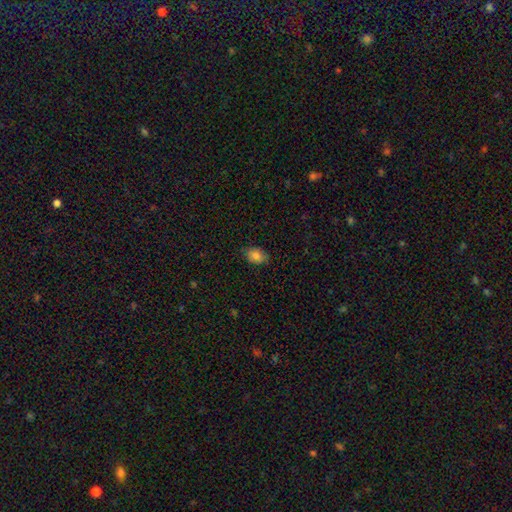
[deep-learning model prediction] The model was most divided on "merging": none: 80%, minor disturbance: 16%, major disturbance: 3%, merger: 1%. More confident: smooth or featured — smooth (85%); how rounded — in between (82%).